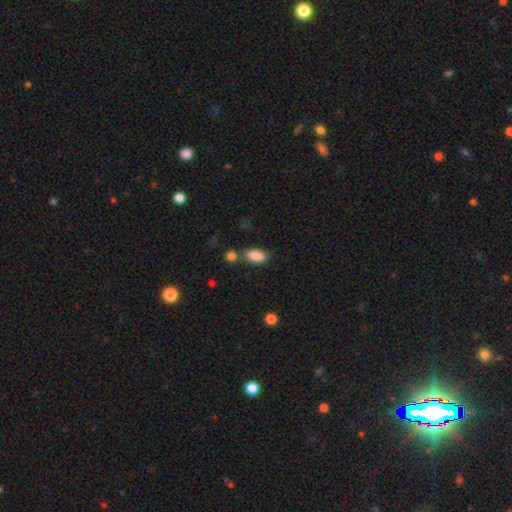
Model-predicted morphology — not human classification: This appears to be a smooth galaxy with no disk features (88%) that is in between round and cigar-shaped (91%). Merging: none (69%).